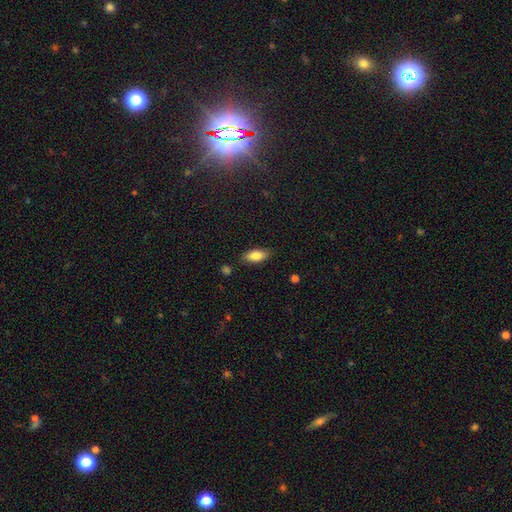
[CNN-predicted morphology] type=smooth (82%); roundness=in between (85%); merging=none (84%).